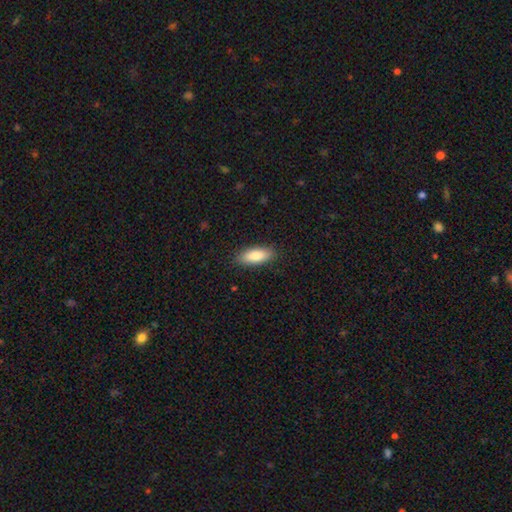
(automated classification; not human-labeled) Overall: smooth (84%). How rounded: in between (74%). Merging: none (88%).